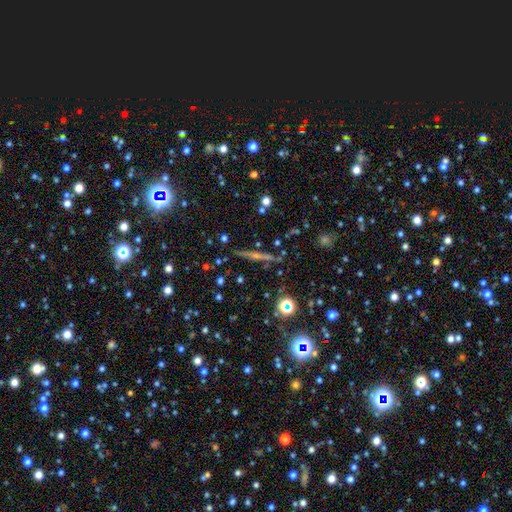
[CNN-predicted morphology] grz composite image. It shows a star or artifact, not a galaxy (61%).